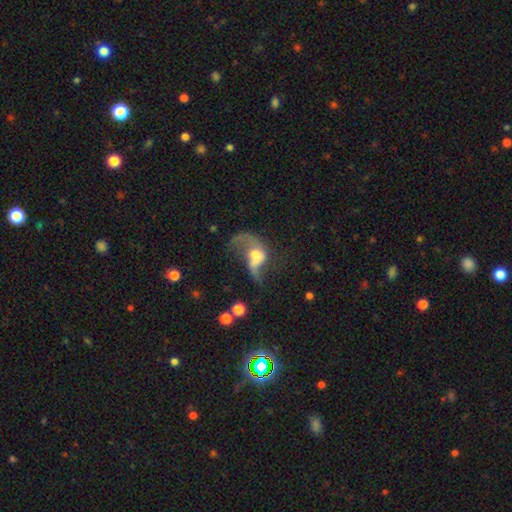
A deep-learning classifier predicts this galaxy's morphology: A featured or disk galaxy (69%) with no bar (63%), 2 (73%) loose (84%) spiral arms (81%) and a moderate central bulge (51%). Merging: major disturbance (42%).